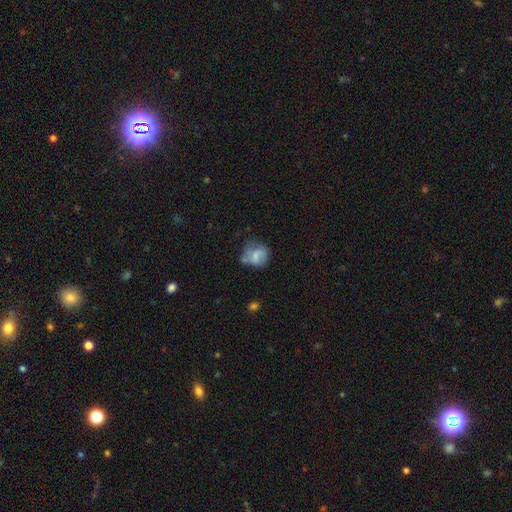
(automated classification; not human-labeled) Overall: smooth (58%; featured or disk 33%). How rounded: round (65%; in between 34%). Merging: none (45%; minor disturbance 31%).